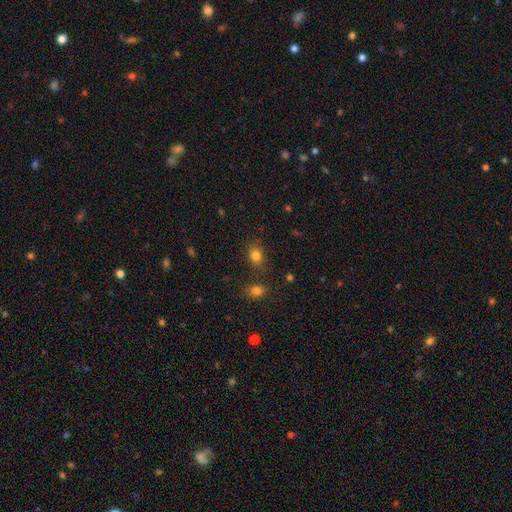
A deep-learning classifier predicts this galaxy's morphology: Smooth or featured? smooth (81%)
How rounded? in between (51%)
Merging? none (80%)